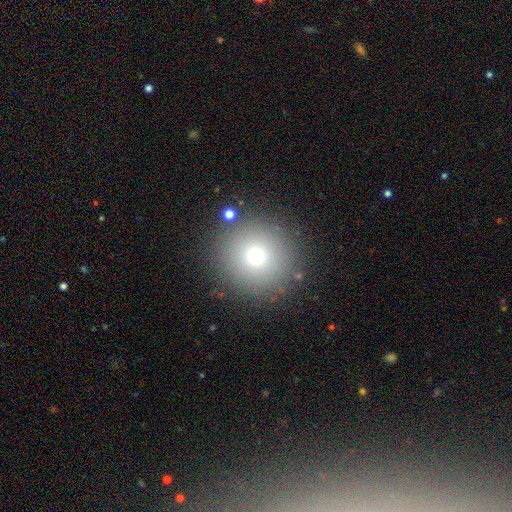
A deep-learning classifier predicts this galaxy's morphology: type=smooth (75%); roundness=round (95%); merging=none (86%).